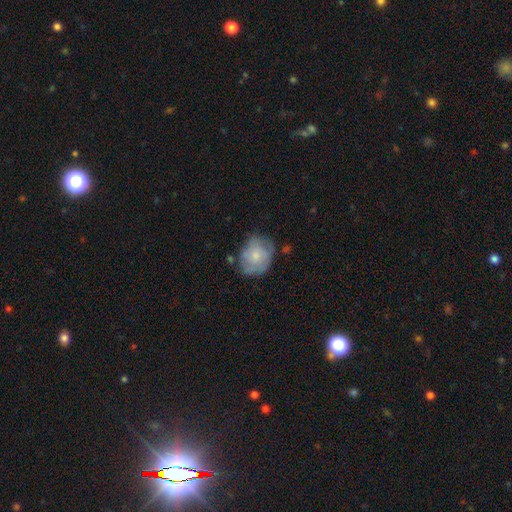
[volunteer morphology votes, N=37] A smooth galaxy with no disk features (51%) that is round (58%).

Vote fractions:
- Smooth or featured? smooth: 51% / featured or disk: 43% / star or artifact: 5%
- How rounded? round: 58% / in between: 42% / cigar-shaped: 0%
- Merging? none: 63% / minor disturbance: 23% / major disturbance: 14% / merger: 0%